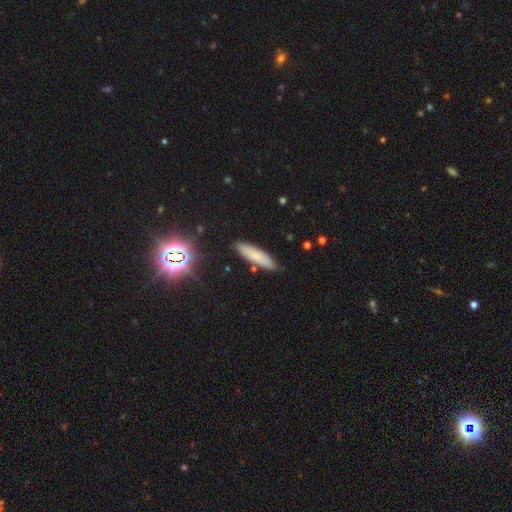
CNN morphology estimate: Smooth or featured?
  - smooth: 71% *
  - featured or disk: 17%
  - star or artifact: 12%
How rounded?
  - cigar-shaped: 69% *
  - in between: 29%
  - round: 2%
Merging?
  - none: 85% *
  - minor disturbance: 10%
  - merger: 3%
  - major disturbance: 2%